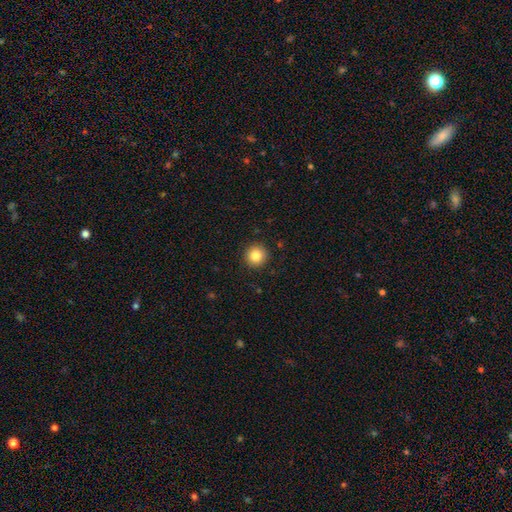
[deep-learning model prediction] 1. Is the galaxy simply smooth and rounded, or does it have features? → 83% smooth, 10% star or artifact, 6% featured or disk.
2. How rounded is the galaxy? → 95% round, 4% in between, 1% cigar-shaped.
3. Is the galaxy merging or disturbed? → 91% none, 6% minor disturbance, 2% major disturbance, 1% merger.